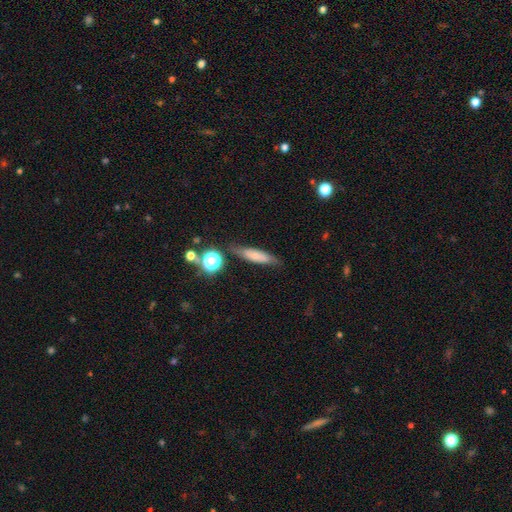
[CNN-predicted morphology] smooth 64%, featured or disk 25%, star or artifact 10%. Down the decision tree: how rounded — cigar-shaped (72%); merging — none (76%).